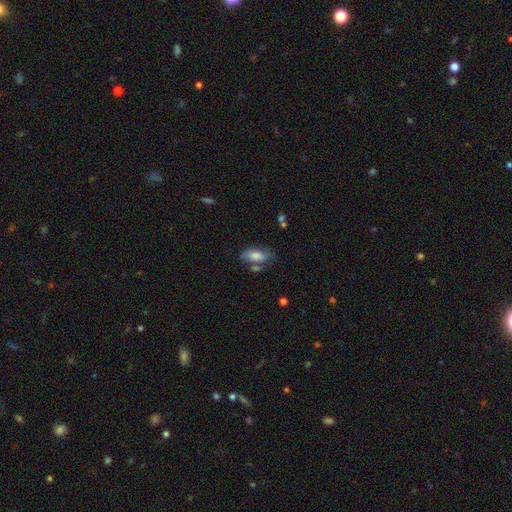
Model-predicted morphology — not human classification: type=smooth (74%); roundness=in between (84%); merging=none (58%).